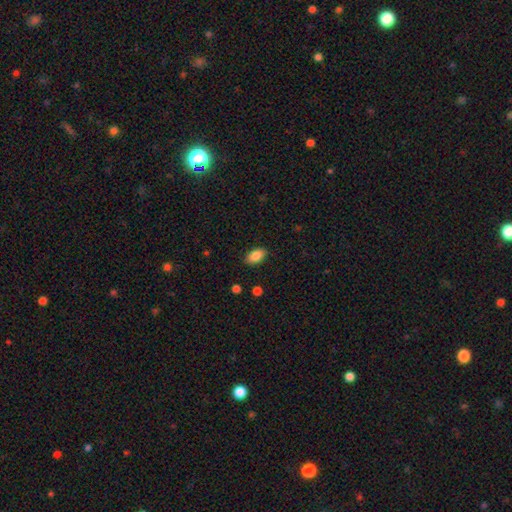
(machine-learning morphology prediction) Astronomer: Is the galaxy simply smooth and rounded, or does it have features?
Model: smooth — 87%.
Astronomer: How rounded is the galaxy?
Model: in between — 92%.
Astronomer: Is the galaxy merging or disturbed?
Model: none — 87%.